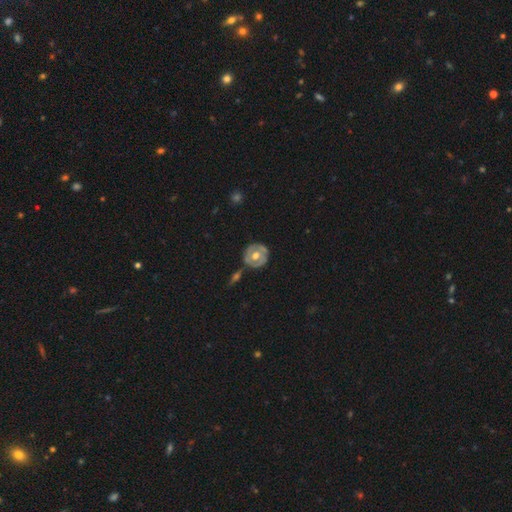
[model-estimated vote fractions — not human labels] A featured or disk galaxy (61%) with no bar (71%), no spiral arms (61%) and a moderate central bulge (79%). Merging: none (73%).